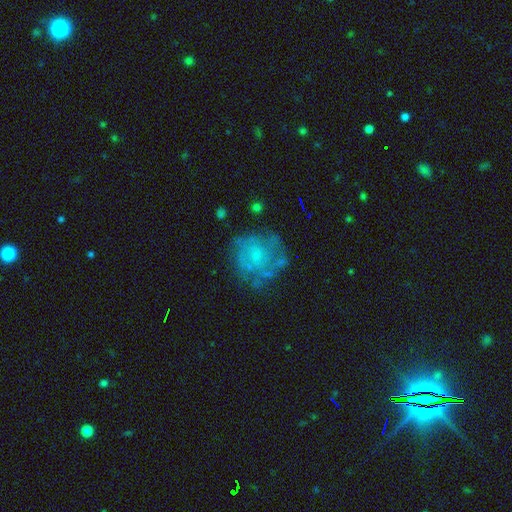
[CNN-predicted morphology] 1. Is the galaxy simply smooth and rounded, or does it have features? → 60% featured or disk, 30% smooth, 11% star or artifact.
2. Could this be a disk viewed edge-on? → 98% no, 2% yes.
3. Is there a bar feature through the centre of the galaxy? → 80% no, 17% weak, 3% strong.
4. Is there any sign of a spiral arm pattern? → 53% no, 47% yes.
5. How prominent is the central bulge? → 43% small, 30% none, 23% moderate, 2% large, 1% dominant.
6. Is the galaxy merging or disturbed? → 59% none, 21% minor disturbance, 17% major disturbance, 3% merger.